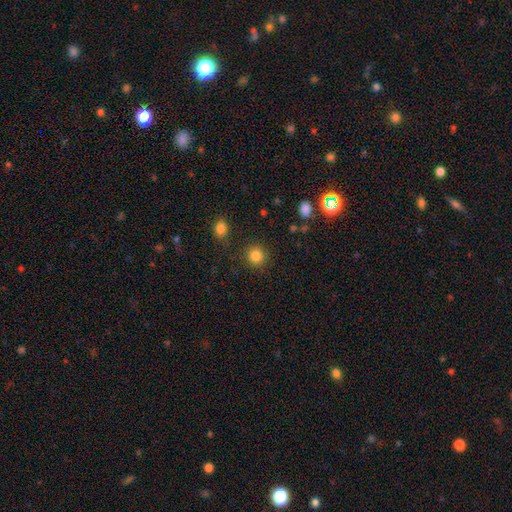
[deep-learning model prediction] This appears to be a smooth galaxy with no disk features (85%) that is round (91%). Merging: none (87%).